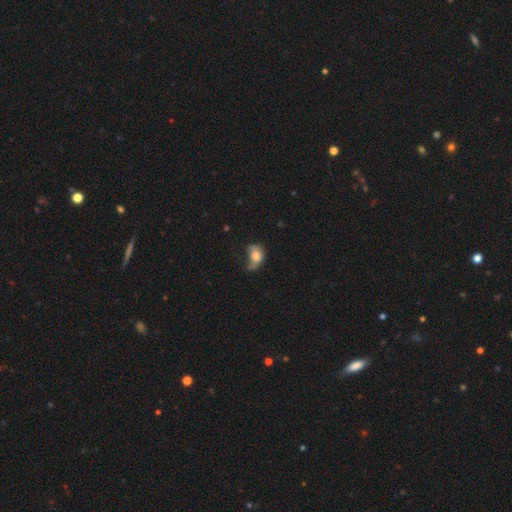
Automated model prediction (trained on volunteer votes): A smooth galaxy with no disk features (69%) that is in between round and cigar-shaped (67%).

Vote fractions:
- Smooth or featured? smooth: 69% / featured or disk: 22% / star or artifact: 9%
- How rounded? in between: 67% / round: 32% / cigar-shaped: 2%
- Merging? major disturbance: 43% / minor disturbance: 28% / none: 22% / merger: 7%